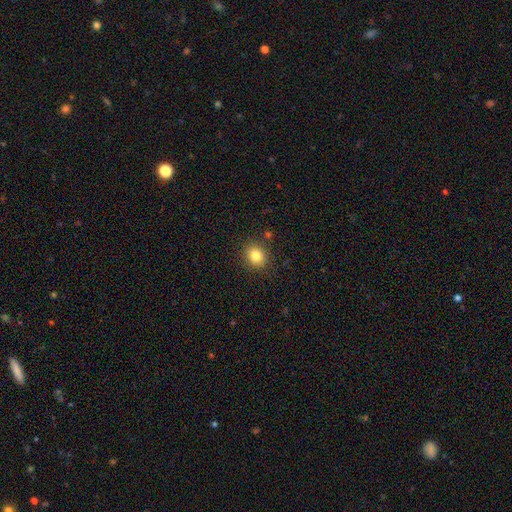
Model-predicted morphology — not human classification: smooth-or-featured: smooth: 83% | star or artifact: 10% | featured or disk: 7%
  how-rounded: round: 68% | in between: 31% | cigar-shaped: 1%
  merging: none: 87% | minor disturbance: 8% | major disturbance: 3% | merger: 2%